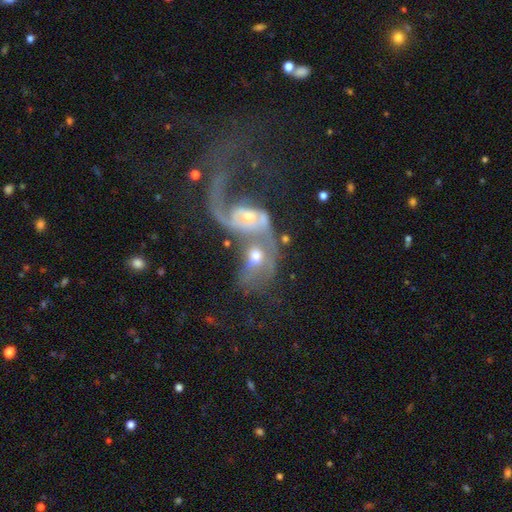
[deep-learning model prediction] The model was most divided on "bar": no: 62%, weak: 30%, strong: 8%. More confident: edge-on disk — no (95%); merging — merger (78%); spiral arms — yes (73%); smooth or featured — featured or disk (67%); bulge size — moderate (60%).